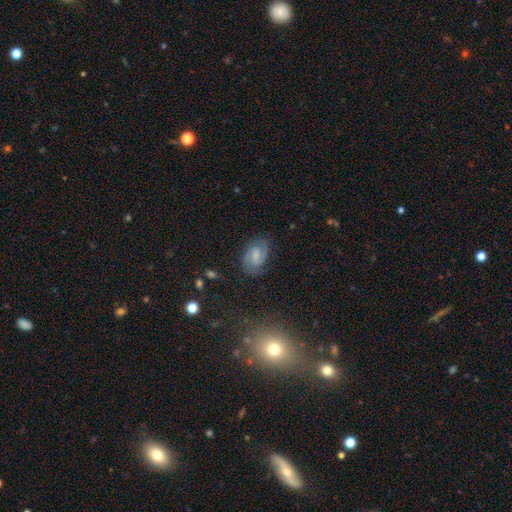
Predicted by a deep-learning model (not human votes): smooth_or_featured: featured or disk (p=0.68) [alt: smooth p=0.23]
disk_edge_on: no (p=0.97) [alt: yes p=0.03]
bar: weak (p=0.56) [alt: no p=0.30]
has_spiral_arms: yes (p=0.93) [alt: no p=0.07]
spiral_winding: medium (p=0.45) [alt: tight p=0.41]
spiral_arm_count: 2 (p=0.81) [alt: can't tell p=0.11]
bulge_size: small (p=0.37) [alt: moderate p=0.31]
merging: none (p=0.76) [alt: minor disturbance p=0.17]